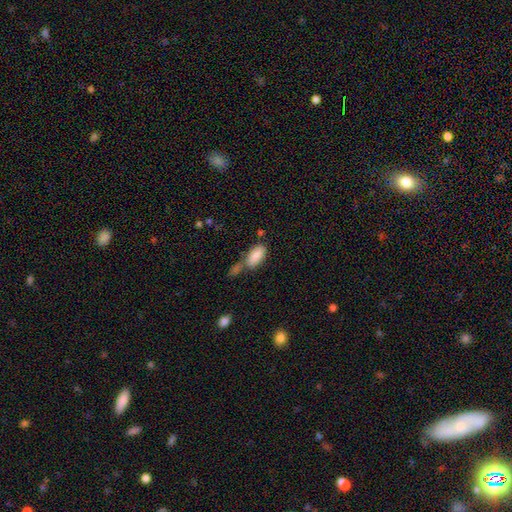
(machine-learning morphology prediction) A smooth galaxy with no disk features (85%) that is in between round and cigar-shaped (91%).

Vote fractions:
- Smooth or featured? smooth: 85% / featured or disk: 8% / star or artifact: 7%
- How rounded? in between: 91% / cigar-shaped: 6% / round: 2%
- Merging? none: 45% / merger: 33% / minor disturbance: 15% / major disturbance: 6%